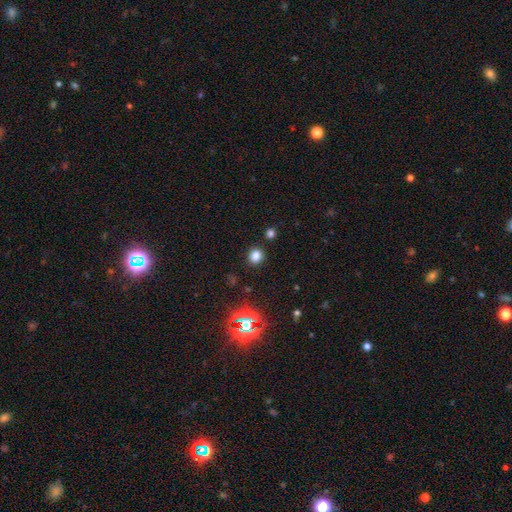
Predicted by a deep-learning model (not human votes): smooth 77%, star or artifact 18%, featured or disk 5%. Down the decision tree: how rounded — round (77%); merging — none (88%).